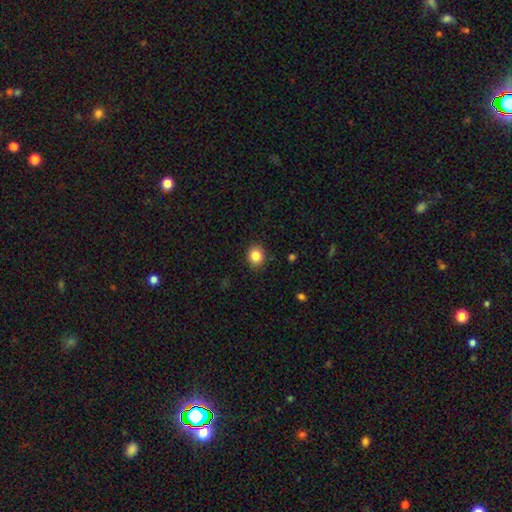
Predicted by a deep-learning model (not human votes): Smooth or featured: smooth — 85% (star or artifact — 10%)
How rounded: round — 75% (in between — 24%)
Merging: none — 89% (minor disturbance — 8%)